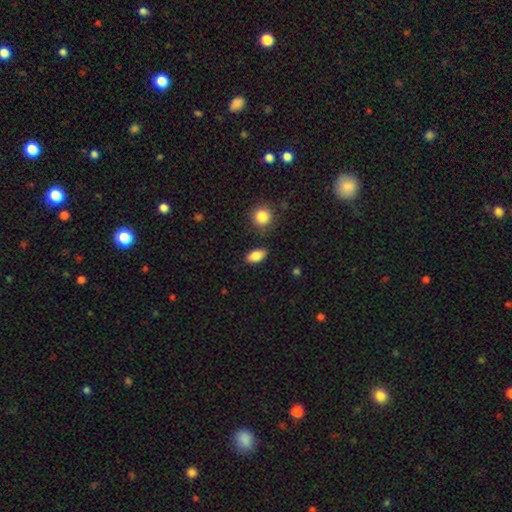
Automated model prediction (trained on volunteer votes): Overall: smooth (85%). How rounded: in between (89%). Merging: none (81%).